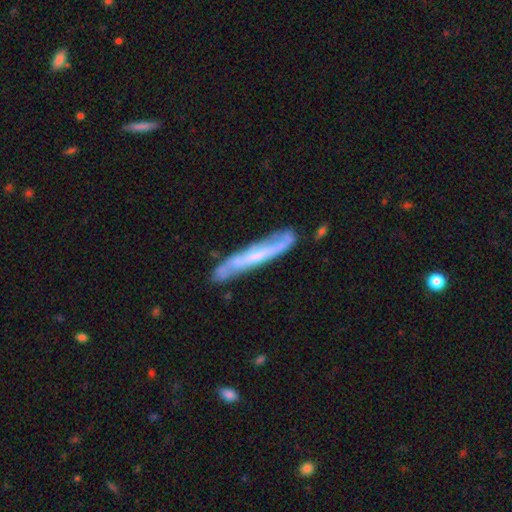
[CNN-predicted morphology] A featured or disk galaxy (63%) viewed edge-on (62%). Merging: none (68%).